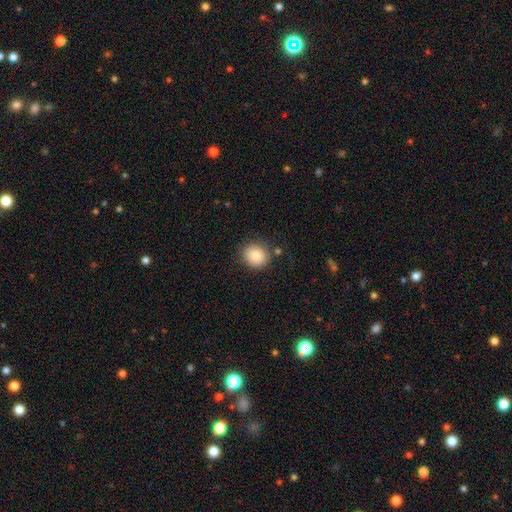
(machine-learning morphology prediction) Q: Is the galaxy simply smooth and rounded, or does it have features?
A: smooth — 86%.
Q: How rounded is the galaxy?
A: round — 77%.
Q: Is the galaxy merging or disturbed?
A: none — 82%.